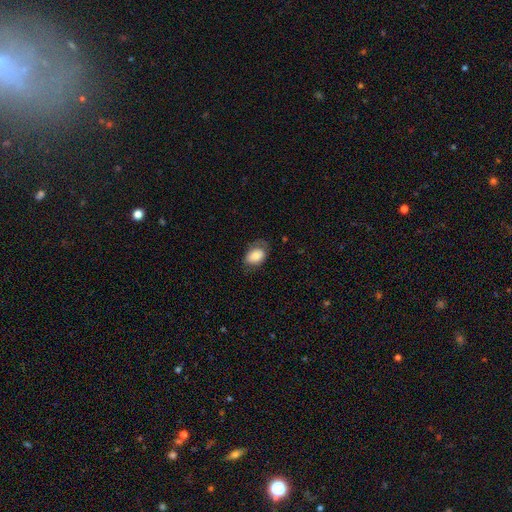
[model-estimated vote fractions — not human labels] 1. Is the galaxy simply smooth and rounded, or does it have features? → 76% smooth, 16% featured or disk, 7% star or artifact.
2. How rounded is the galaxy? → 83% in between, 16% round, 1% cigar-shaped.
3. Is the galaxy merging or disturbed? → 63% none, 25% minor disturbance, 11% major disturbance, 1% merger.